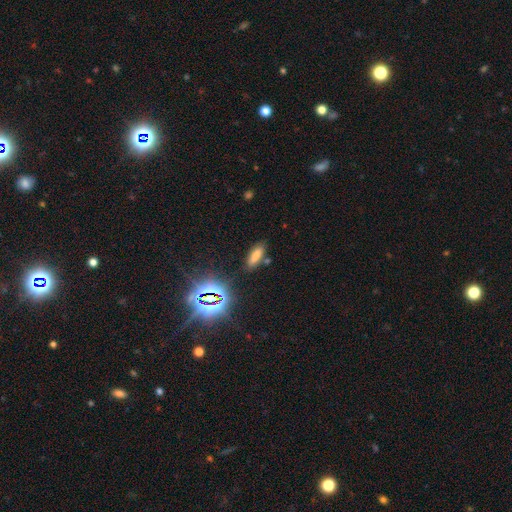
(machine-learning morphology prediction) Smooth or featured? Predicted: smooth (p=0.69). How rounded? Predicted: in between (p=0.61). Merging? Predicted: none (p=0.79).